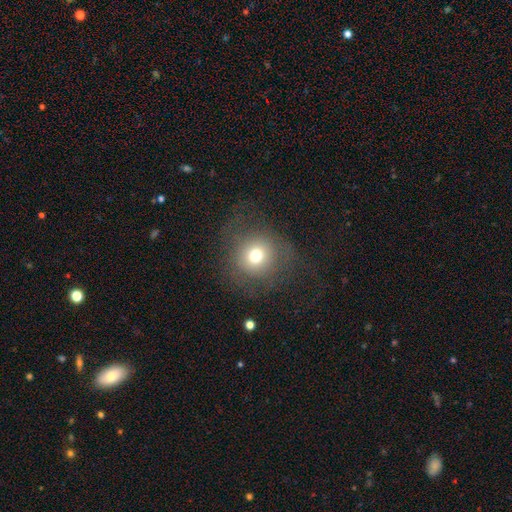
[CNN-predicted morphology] smooth 70%, featured or disk 15%, star or artifact 14%. Down the decision tree: how rounded — round (90%); merging — none (71%).